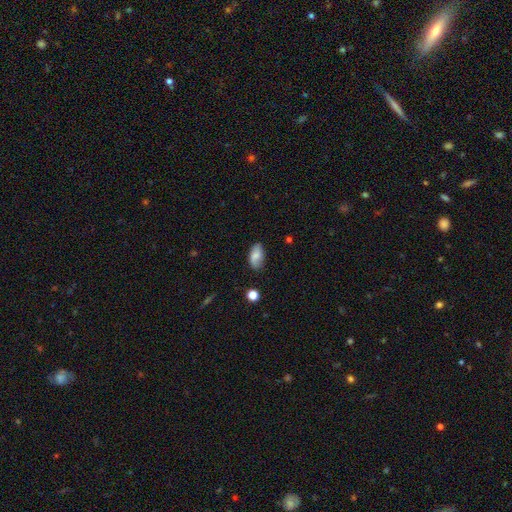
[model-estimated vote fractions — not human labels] A smooth galaxy with no disk features (75%) that is in between round and cigar-shaped (92%). Merging: none (78%).